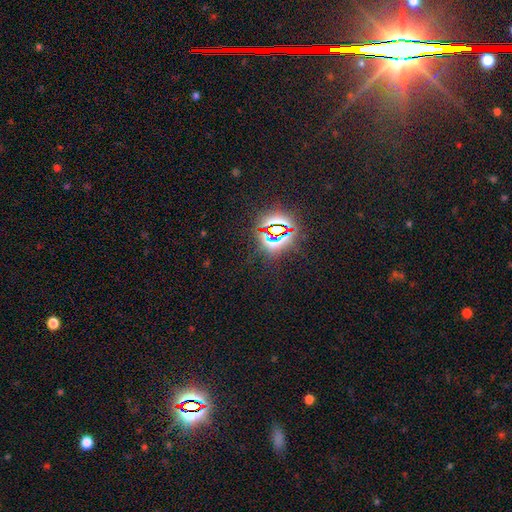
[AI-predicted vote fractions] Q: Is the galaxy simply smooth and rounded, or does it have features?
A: star or artifact — 82%.